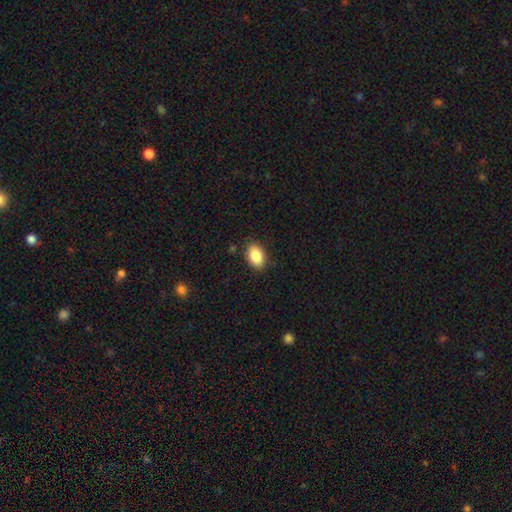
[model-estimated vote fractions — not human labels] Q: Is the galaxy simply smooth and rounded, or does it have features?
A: smooth — 87%.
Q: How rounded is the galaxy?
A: in between — 90%.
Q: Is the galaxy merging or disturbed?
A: none — 86%.